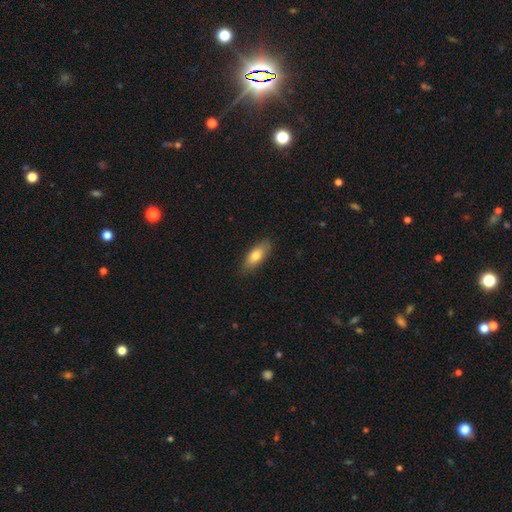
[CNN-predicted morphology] Q: Smooth or featured?
A: smooth (76%); runner-up: featured or disk (17%)
Q: How rounded?
A: in between (77%); runner-up: cigar-shaped (20%)
Q: Merging?
A: none (83%); runner-up: minor disturbance (13%)